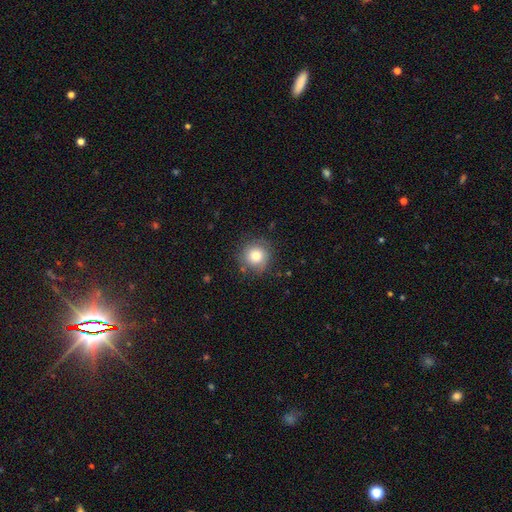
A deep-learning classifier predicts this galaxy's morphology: The model was most divided on "merging": none: 81%, minor disturbance: 13%, major disturbance: 4%, merger: 2%. More confident: how rounded — round (93%); smooth or featured — smooth (80%).